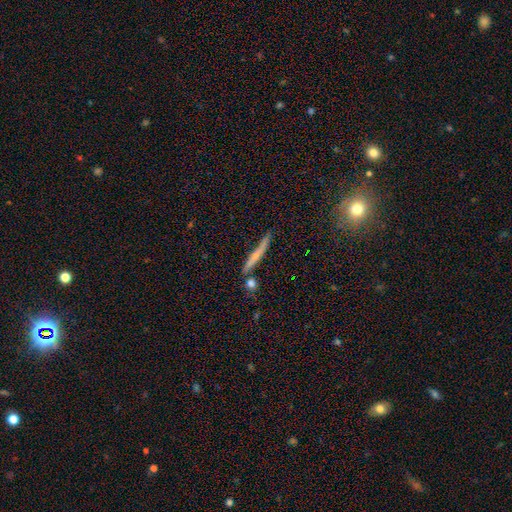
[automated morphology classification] Smooth or featured? Predicted: smooth (p=0.53). How rounded? Predicted: cigar-shaped (p=0.94). Merging? Predicted: none (p=0.77).